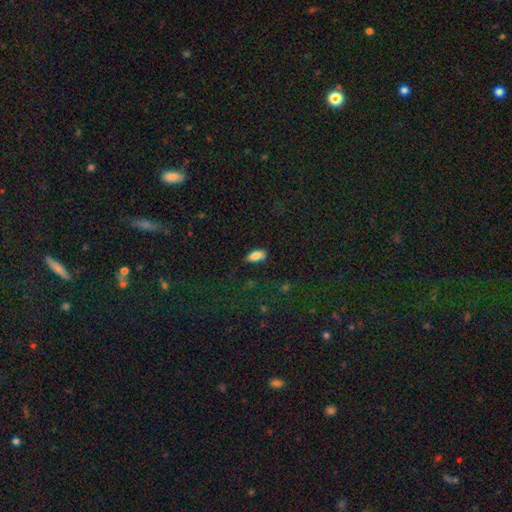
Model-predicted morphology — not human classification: A smooth galaxy with no disk features (83%) that is in between round and cigar-shaped (89%). Merging: none (75%).